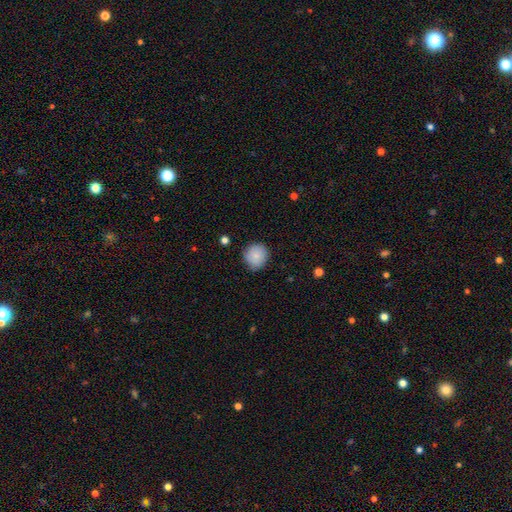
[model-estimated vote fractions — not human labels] The model was most divided on "merging": none: 83%, minor disturbance: 13%, major disturbance: 2%, merger: 1%. More confident: how rounded — round (90%); smooth or featured — smooth (85%).